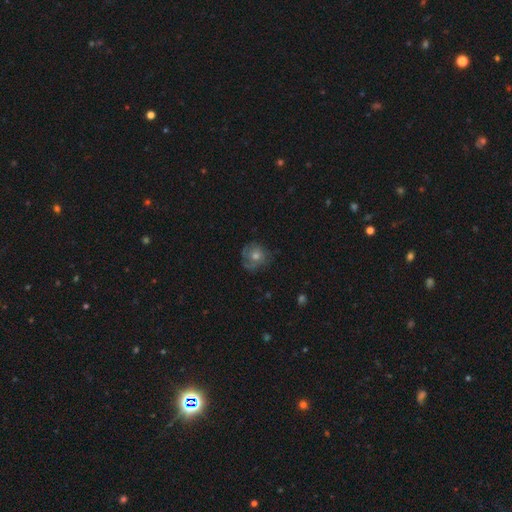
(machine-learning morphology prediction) A smooth galaxy with no disk features (44%). Merging: none (70%).